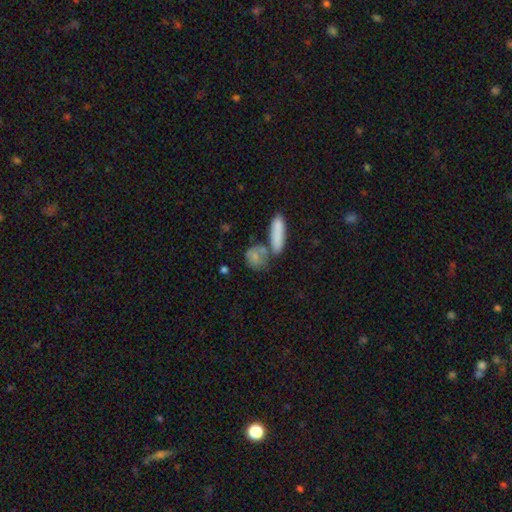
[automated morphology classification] Smooth or featured?
  - smooth: 75% *
  - featured or disk: 17%
  - star or artifact: 9%
How rounded?
  - round: 45% *
  - in between: 43%
  - cigar-shaped: 12%
Merging?
  - none: 49% *
  - merger: 29%
  - minor disturbance: 15%
  - major disturbance: 8%